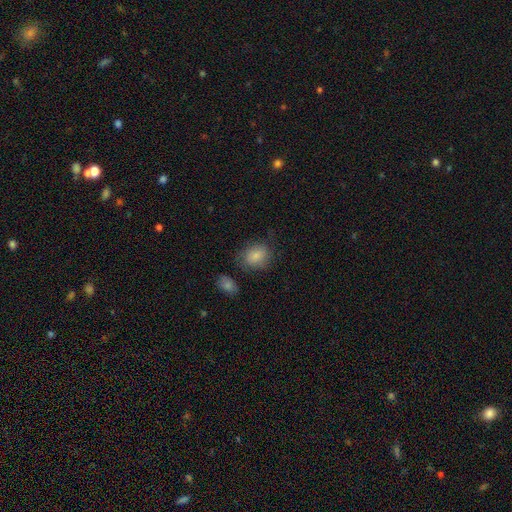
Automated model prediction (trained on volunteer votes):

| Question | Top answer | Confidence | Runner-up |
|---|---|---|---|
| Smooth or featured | smooth | 84% | star or artifact (8%) |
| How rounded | in between | 52% | round (47%) |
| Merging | none | 71% | minor disturbance (18%) |